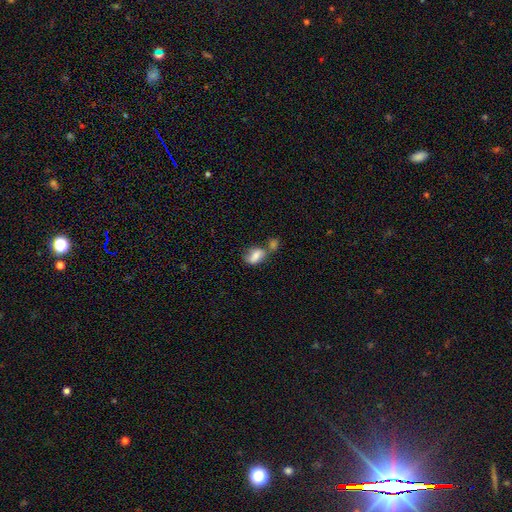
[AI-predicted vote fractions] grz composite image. It shows a smooth galaxy with no disk features (76%) that is in between round and cigar-shaped (86%). Merging: merger (50%).